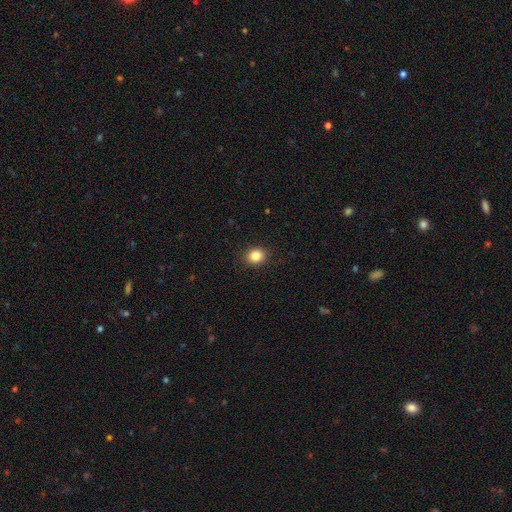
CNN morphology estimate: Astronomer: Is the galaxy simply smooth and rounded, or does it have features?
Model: smooth — 85%.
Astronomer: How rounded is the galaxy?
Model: round — 69%.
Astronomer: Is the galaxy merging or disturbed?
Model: none — 91%.